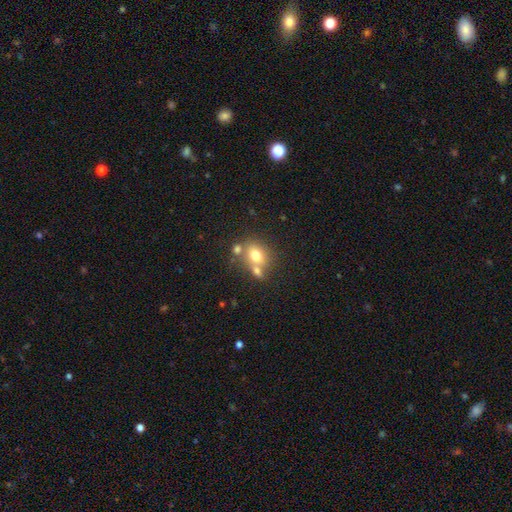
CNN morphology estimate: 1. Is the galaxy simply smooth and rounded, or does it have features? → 73% smooth, 16% featured or disk, 11% star or artifact.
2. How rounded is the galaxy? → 55% in between, 43% round, 2% cigar-shaped.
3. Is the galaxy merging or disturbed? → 47% none, 36% merger, 12% minor disturbance, 5% major disturbance.